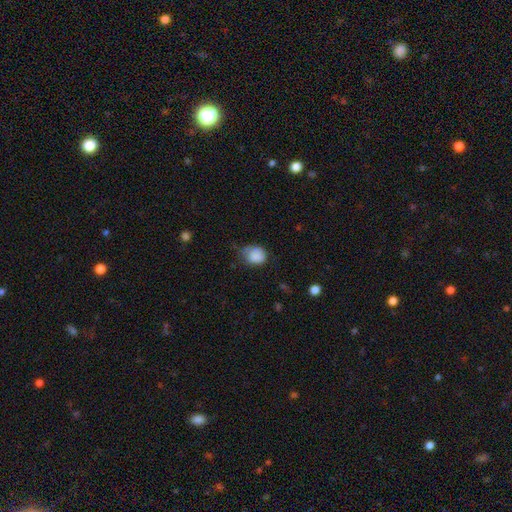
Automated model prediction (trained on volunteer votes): Smooth or featured? Predicted: smooth (p=0.85). How rounded? Predicted: round (p=0.54). Merging? Predicted: none (p=0.47).